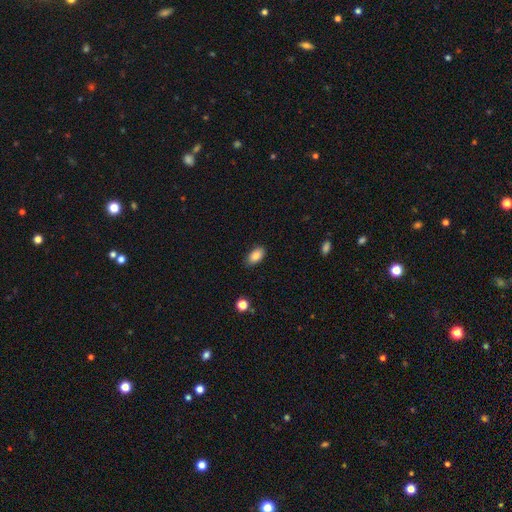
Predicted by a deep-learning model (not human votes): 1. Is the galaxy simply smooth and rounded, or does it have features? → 85% smooth, 8% star or artifact, 7% featured or disk.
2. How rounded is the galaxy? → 92% in between, 6% round, 2% cigar-shaped.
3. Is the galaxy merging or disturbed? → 86% none, 11% minor disturbance, 2% major disturbance, 1% merger.